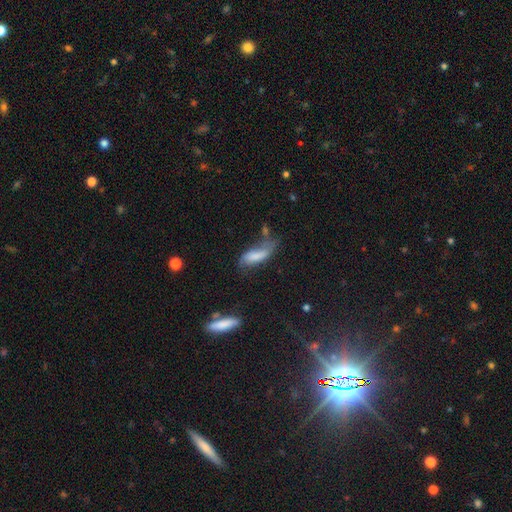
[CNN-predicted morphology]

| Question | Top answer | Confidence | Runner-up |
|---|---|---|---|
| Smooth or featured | smooth | 65% | featured or disk (26%) |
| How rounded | in between | 67% | cigar-shaped (30%) |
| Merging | none | 32% | minor disturbance (31%) |